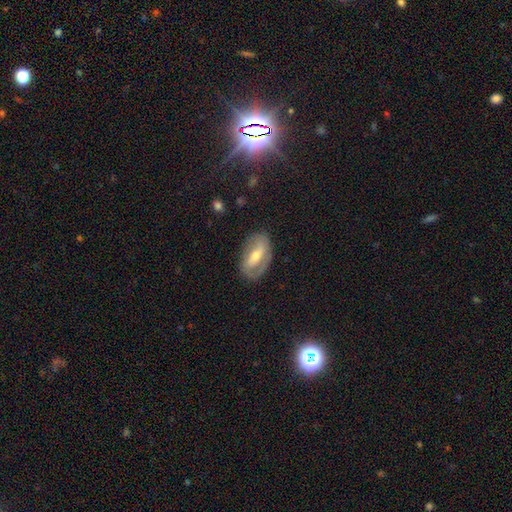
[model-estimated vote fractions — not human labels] This appears to be a featured or disk galaxy (64%) with a strong bar (46%), spiral arms (61%) and a moderate central bulge (59%). Merging: none (77%).